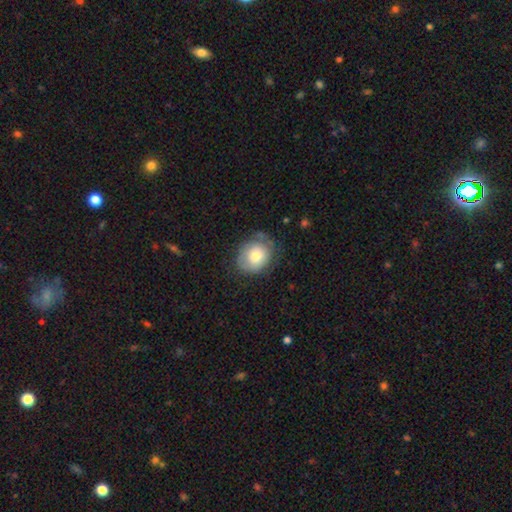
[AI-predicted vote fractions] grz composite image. It shows a smooth galaxy with no disk features (71%) that is round (64%). Merging: none (63%).